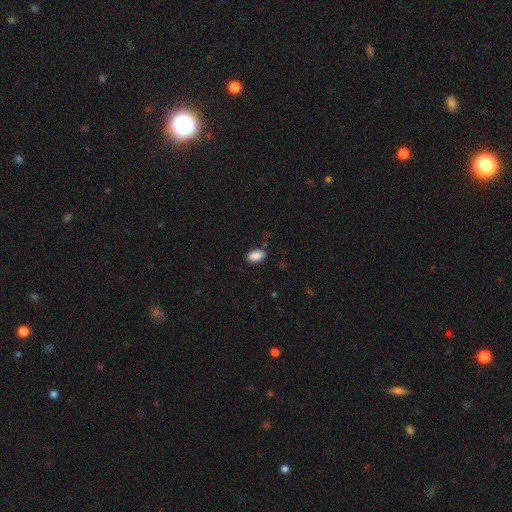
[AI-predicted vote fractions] smooth 89%, star or artifact 8%, featured or disk 3%. Down the decision tree: how rounded — in between (93%); merging — none (82%).